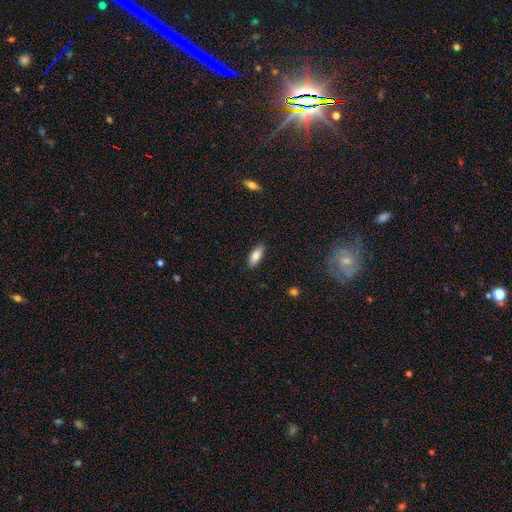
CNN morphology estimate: Overall: smooth (82%). How rounded: in between (76%). Merging: none (88%).